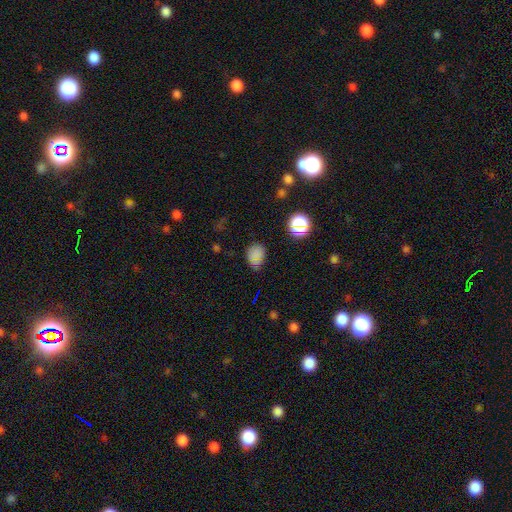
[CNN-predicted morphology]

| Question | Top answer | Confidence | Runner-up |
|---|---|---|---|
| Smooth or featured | smooth | 63% | star or artifact (28%) |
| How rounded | round | 53% | in between (45%) |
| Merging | none | 67% | minor disturbance (22%) |